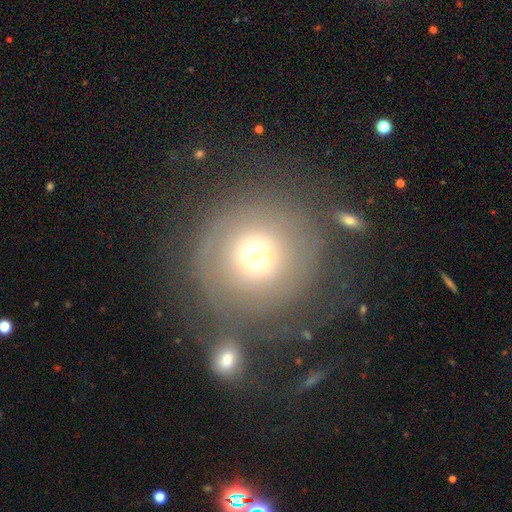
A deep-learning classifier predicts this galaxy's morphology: Q: Smooth or featured?
A: smooth (51%); runner-up: featured or disk (37%)
Q: How rounded?
A: round (94%); runner-up: in between (5%)
Q: Merging?
A: none (60%); runner-up: minor disturbance (14%)